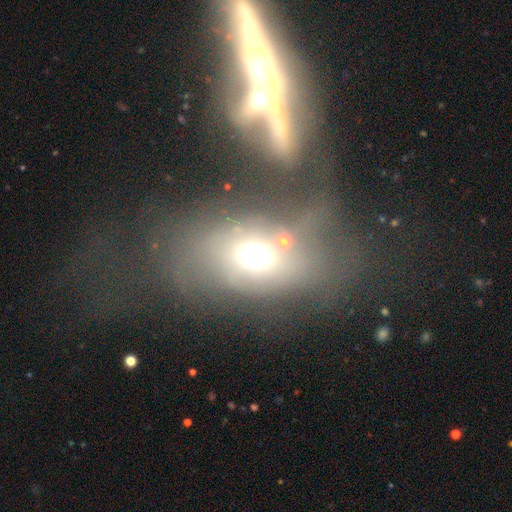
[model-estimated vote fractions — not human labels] A smooth galaxy with no disk features (53%) that is in between round and cigar-shaped (70%).

Vote fractions:
- Smooth or featured? smooth: 53% / featured or disk: 29% / star or artifact: 18%
- How rounded? in between: 70% / round: 28% / cigar-shaped: 2%
- Merging? major disturbance: 31% / none: 29% / merger: 23% / minor disturbance: 17%